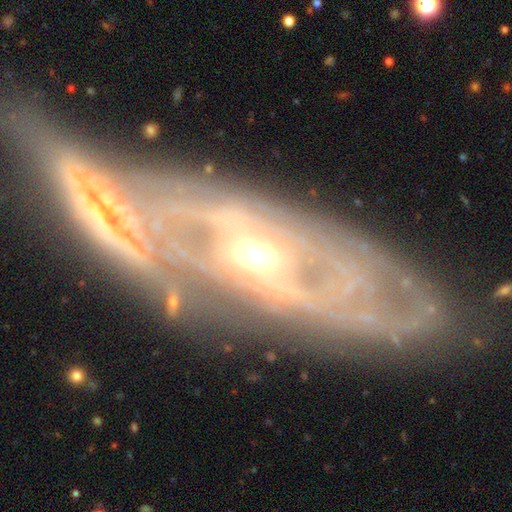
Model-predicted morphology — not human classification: Smooth or featured? Predicted: featured or disk (p=0.85). Edge-on disk? Predicted: no (p=0.83). Bar? Predicted: no (p=0.49). Spiral arms? Predicted: yes (p=0.77). Spiral winding? Predicted: tight (p=0.58). Spiral arm count? Predicted: can't tell (p=0.41). Bulge size? Predicted: moderate (p=0.65). Merging? Predicted: none (p=0.61).